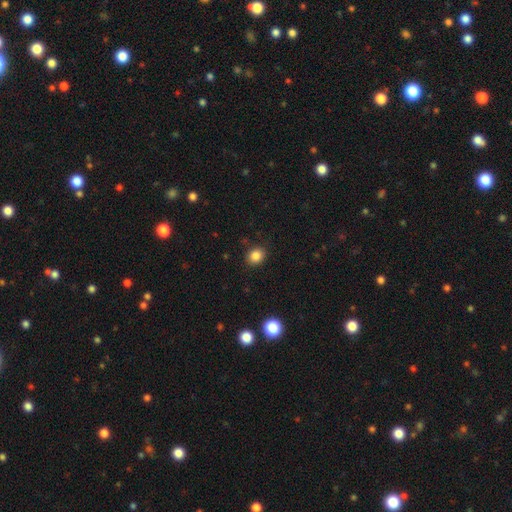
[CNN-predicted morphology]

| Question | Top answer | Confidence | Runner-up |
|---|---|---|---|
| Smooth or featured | smooth | 84% | star or artifact (11%) |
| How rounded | round | 65% | in between (34%) |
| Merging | none | 88% | minor disturbance (8%) |